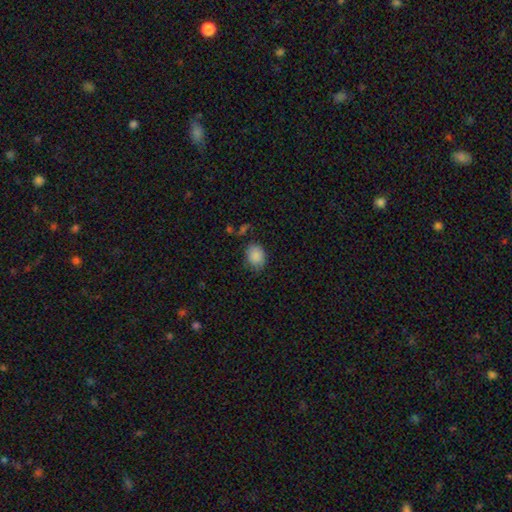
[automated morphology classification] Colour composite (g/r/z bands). It shows a smooth galaxy with no disk features (87%) that is in between round and cigar-shaped (61%). Merging: none (74%).